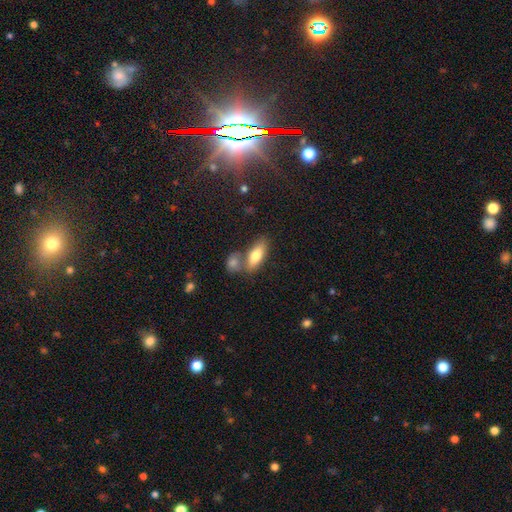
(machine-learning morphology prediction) Smooth or featured? smooth (76%)
How rounded? in between (73%)
Merging? none (55%)